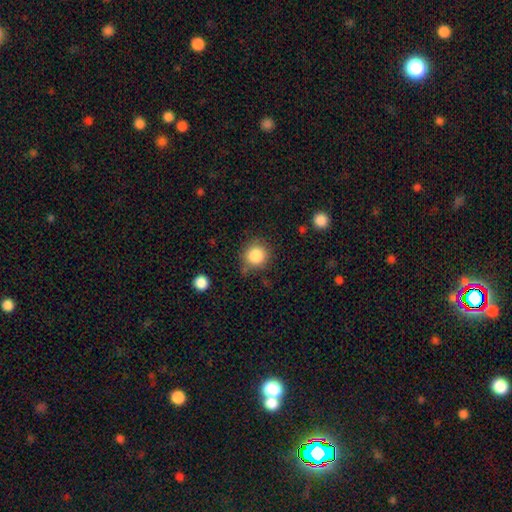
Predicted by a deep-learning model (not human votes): Morphology: type=smooth (85%); roundness=round (90%); merging=none (76%).